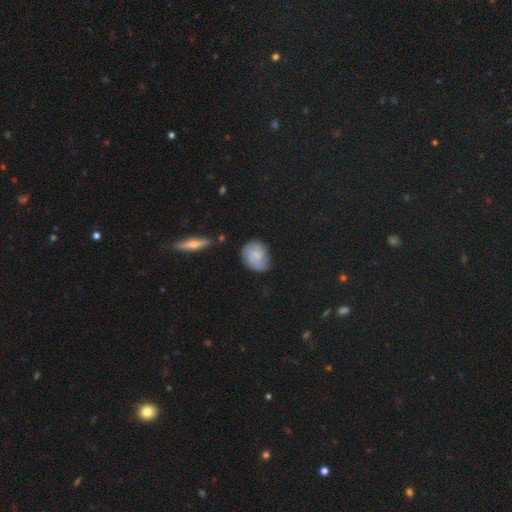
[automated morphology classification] The model was most divided on "bulge size": small: 41%, none: 31%, moderate: 24%, large: 3%, dominant: 1%. More confident: edge-on disk — no (96%); spiral arms — yes (87%); merging — none (65%); smooth or featured — featured or disk (55%); bar — no (54%).